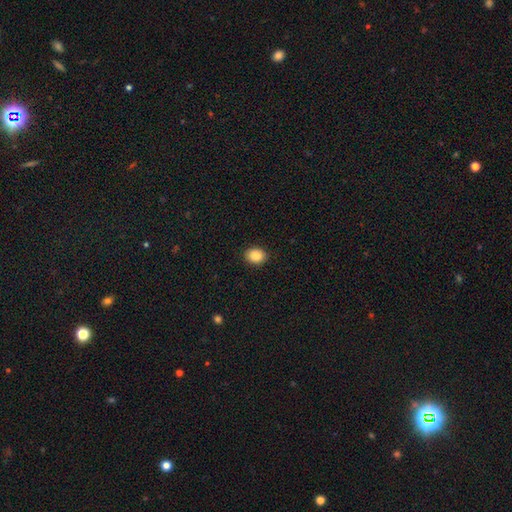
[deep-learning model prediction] Smooth or featured?
  - smooth: 88% *
  - star or artifact: 8%
  - featured or disk: 4%
How rounded?
  - round: 51% *
  - in between: 48%
  - cigar-shaped: 1%
Merging?
  - none: 90% *
  - minor disturbance: 7%
  - major disturbance: 2%
  - merger: 1%